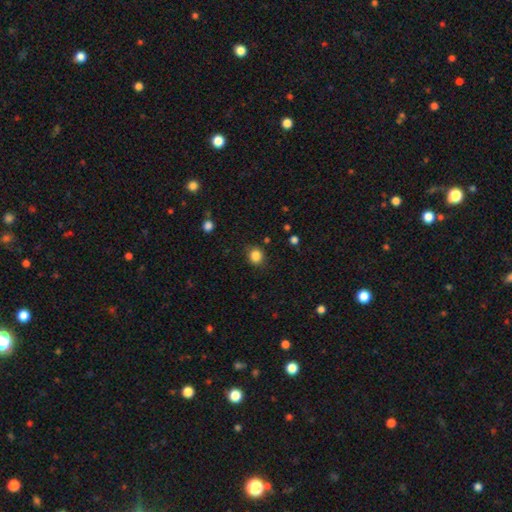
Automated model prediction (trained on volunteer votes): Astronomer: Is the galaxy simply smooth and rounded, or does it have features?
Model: smooth — 85%.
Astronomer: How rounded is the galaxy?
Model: round — 81%.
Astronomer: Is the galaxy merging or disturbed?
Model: none — 85%.